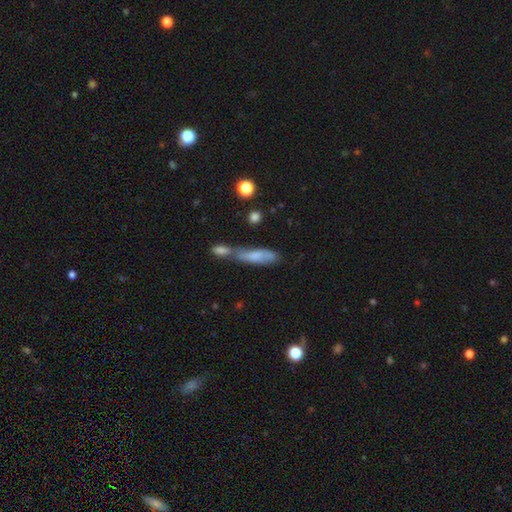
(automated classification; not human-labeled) This is likely a smooth galaxy (62%). How rounded: likely cigar-shaped (66%). Merging: possibly merger (49%).